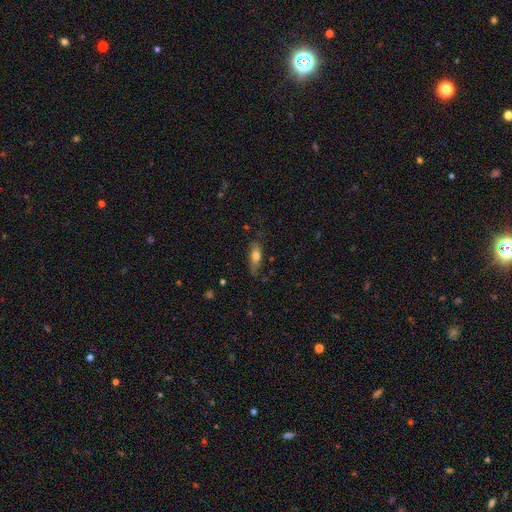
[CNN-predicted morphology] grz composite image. It shows a smooth galaxy with no disk features (69%) that is in between round and cigar-shaped (67%). Merging: none (67%).